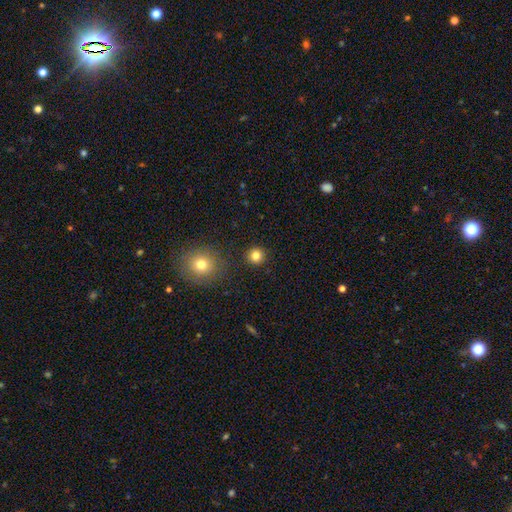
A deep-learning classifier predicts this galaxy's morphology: The model was most divided on "smooth or featured": smooth: 82%, star or artifact: 13%, featured or disk: 5%. More confident: how rounded — round (94%); merging — none (90%).